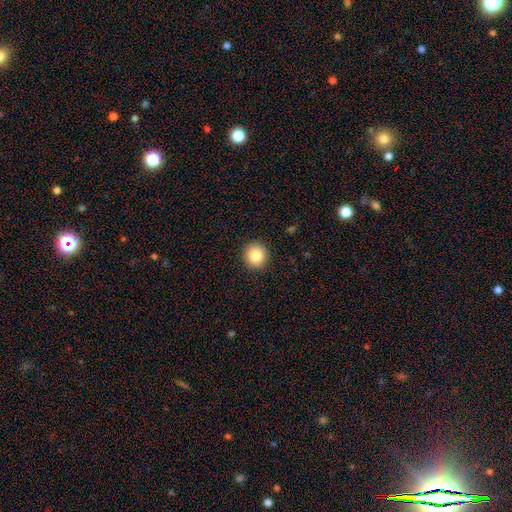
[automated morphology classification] Smooth or featured? smooth (85%)
How rounded? round (93%)
Merging? none (91%)